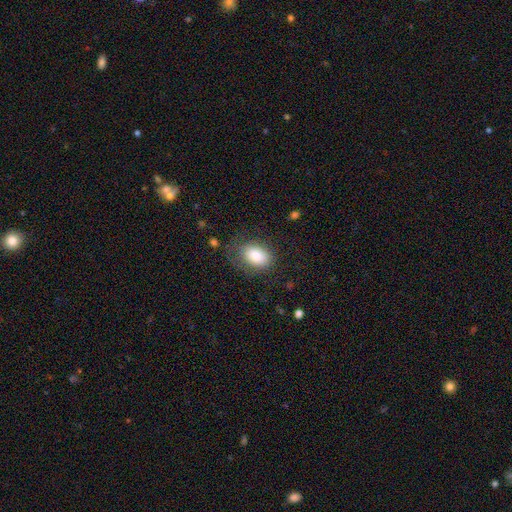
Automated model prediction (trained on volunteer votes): This appears to be a smooth galaxy with no disk features (82%) that is in between round and cigar-shaped (80%). Merging: none (69%).